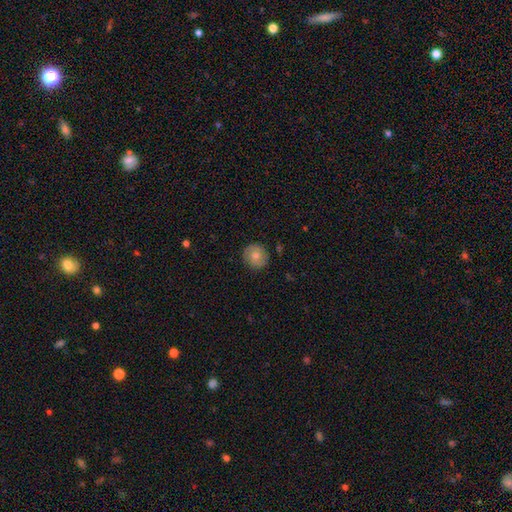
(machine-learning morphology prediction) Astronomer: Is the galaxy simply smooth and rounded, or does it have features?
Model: smooth — 73%.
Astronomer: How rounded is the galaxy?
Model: round — 90%.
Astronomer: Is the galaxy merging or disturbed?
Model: none — 87%.